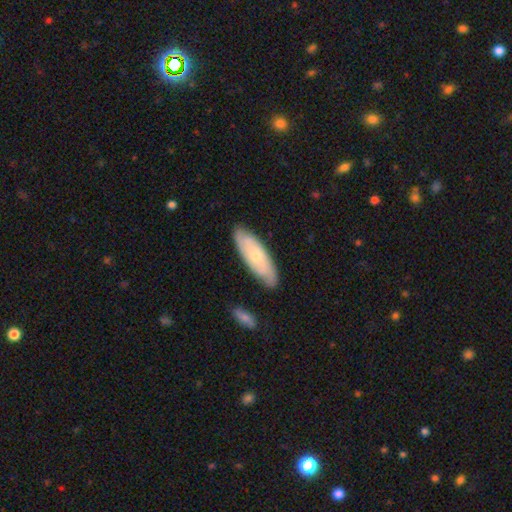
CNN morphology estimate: Smooth or featured? Predicted: featured or disk (p=0.53). Edge-on disk? Predicted: no (p=0.79). Merging? Predicted: none (p=0.82).